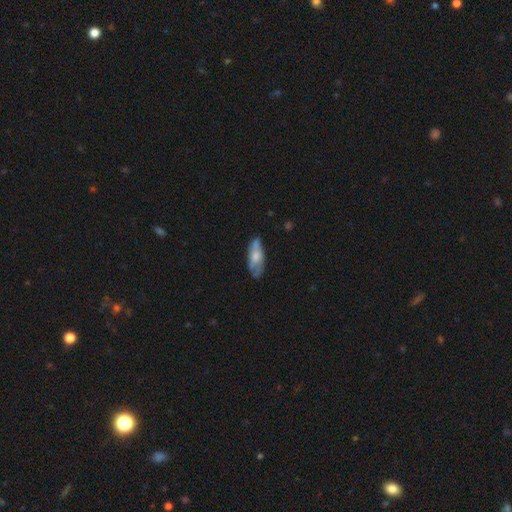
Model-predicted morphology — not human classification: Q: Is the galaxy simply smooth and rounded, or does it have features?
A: smooth — 54%.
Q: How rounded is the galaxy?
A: in between — 75%.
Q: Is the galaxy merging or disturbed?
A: none — 56%.